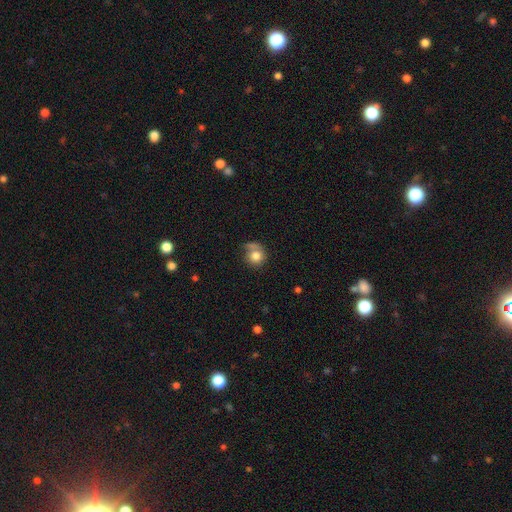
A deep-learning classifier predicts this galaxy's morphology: This appears to be a smooth galaxy with no disk features (77%) that is round (85%). Merging: none (49%).